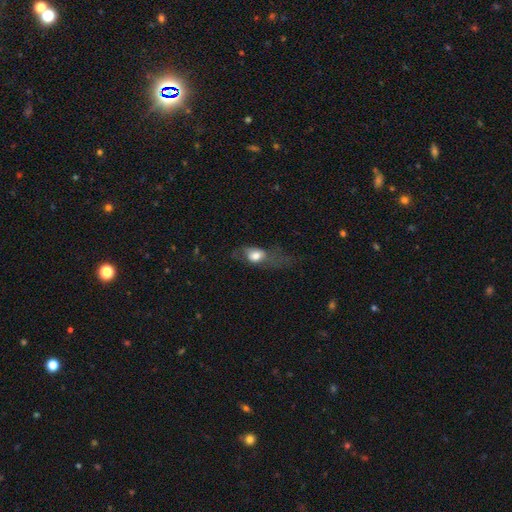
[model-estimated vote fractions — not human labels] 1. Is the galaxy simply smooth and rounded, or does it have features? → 66% smooth, 25% featured or disk, 9% star or artifact.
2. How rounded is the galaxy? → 69% in between, 24% round, 7% cigar-shaped.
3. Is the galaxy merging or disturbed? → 46% major disturbance, 29% none, 22% minor disturbance, 3% merger.